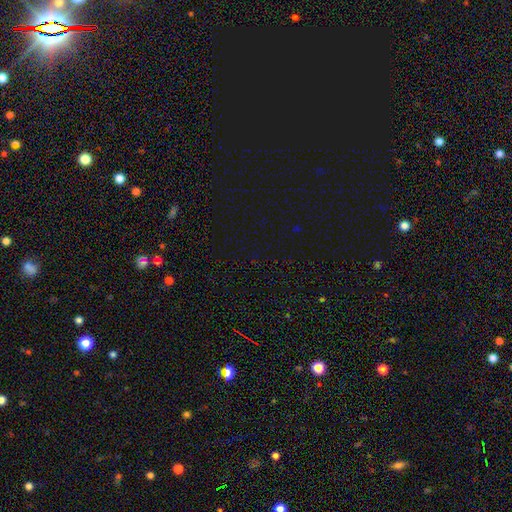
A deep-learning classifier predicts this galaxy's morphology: Q: Smooth or featured?
A: star or artifact (73%); runner-up: smooth (21%)